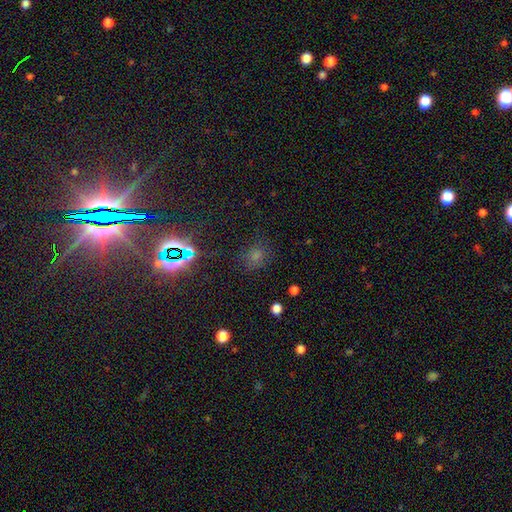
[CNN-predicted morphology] Smooth or featured?
  - smooth: 54% *
  - star or artifact: 37%
  - featured or disk: 9%
How rounded?
  - round: 68% *
  - in between: 31%
  - cigar-shaped: 2%
Merging?
  - none: 77% *
  - minor disturbance: 14%
  - major disturbance: 7%
  - merger: 2%